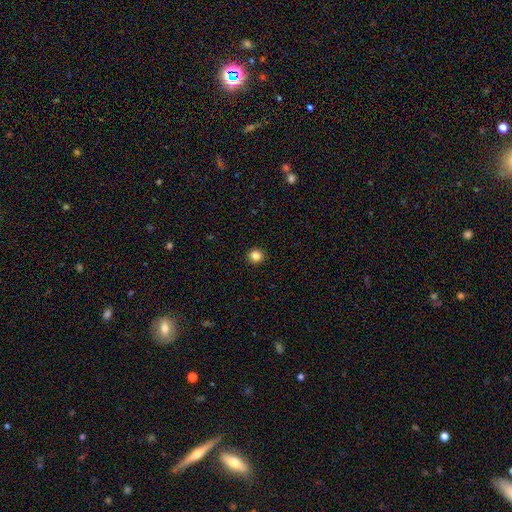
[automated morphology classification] The model was most divided on "smooth or featured": smooth: 84%, star or artifact: 12%, featured or disk: 4%. More confident: how rounded — round (94%); merging — none (93%).